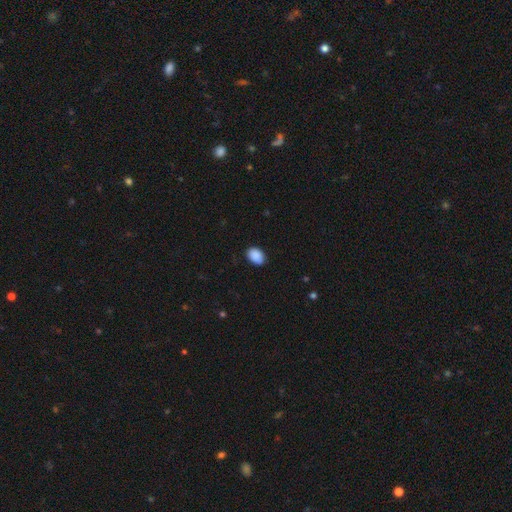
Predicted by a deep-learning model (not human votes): This is clearly a smooth galaxy (89%). How rounded: clearly in between (80%). Merging: clearly none (81%).